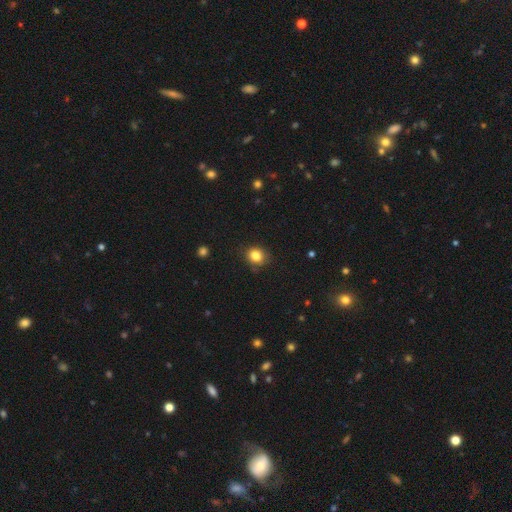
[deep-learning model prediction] The model was most divided on "how rounded": round: 71%, in between: 29%, cigar-shaped: 1%. More confident: smooth or featured — smooth (83%); merging — none (81%).